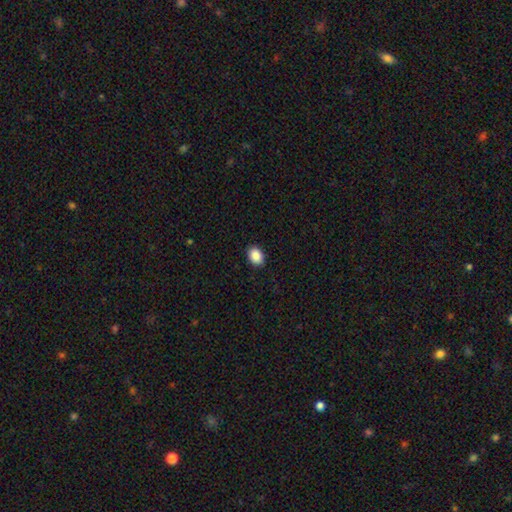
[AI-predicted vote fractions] smooth 89%, star or artifact 8%, featured or disk 3%. Down the decision tree: how rounded — in between (71%); merging — none (90%).